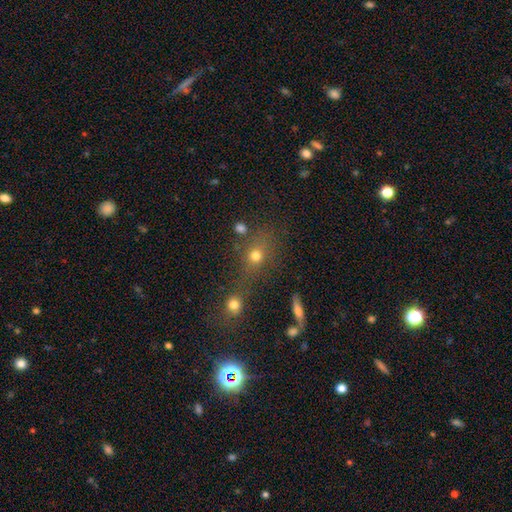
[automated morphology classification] Smooth or featured: smooth — 70% (star or artifact — 18%)
How rounded: round — 69% (in between — 28%)
Merging: none — 50% (merger — 32%)